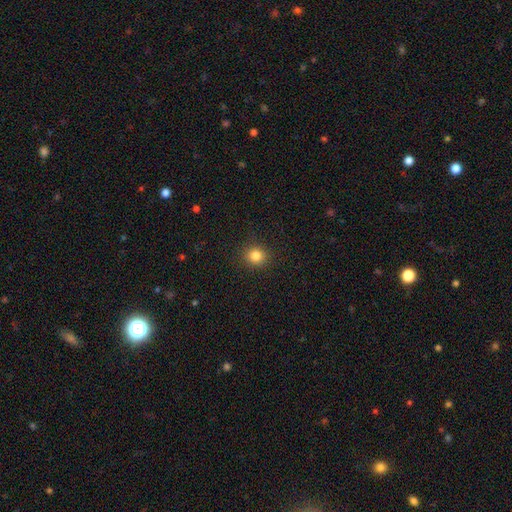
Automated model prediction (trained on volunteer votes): Smooth or featured: smooth — 83% (star or artifact — 12%)
How rounded: round — 86% (in between — 13%)
Merging: none — 90% (minor disturbance — 7%)